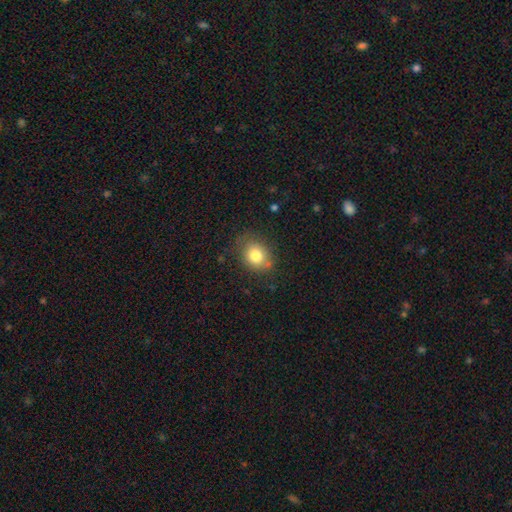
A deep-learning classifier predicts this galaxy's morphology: A smooth galaxy with no disk features (79%) that is round (57%).

Vote fractions:
- Smooth or featured? smooth: 79% / featured or disk: 10% / star or artifact: 10%
- How rounded? round: 57% / in between: 42% / cigar-shaped: 1%
- Merging? none: 73% / minor disturbance: 19% / major disturbance: 5% / merger: 3%